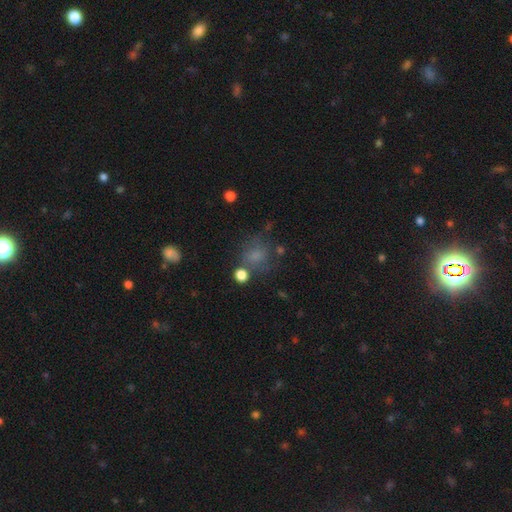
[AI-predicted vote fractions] Smooth or featured: smooth — 68% (star or artifact — 18%)
How rounded: round — 73% (in between — 26%)
Merging: none — 58% (minor disturbance — 19%)